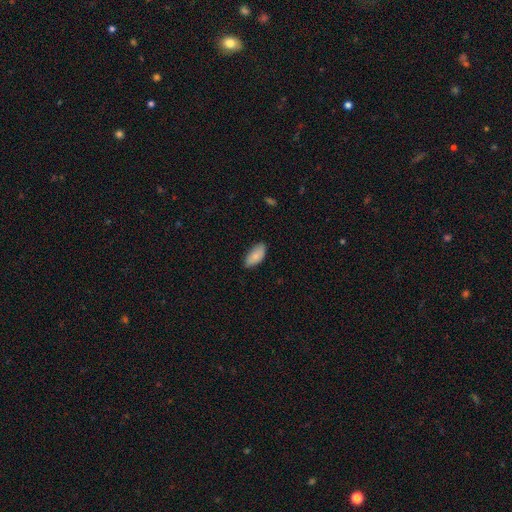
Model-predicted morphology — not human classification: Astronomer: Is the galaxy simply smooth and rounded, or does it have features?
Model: smooth — 85%.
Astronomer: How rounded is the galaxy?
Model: in between — 93%.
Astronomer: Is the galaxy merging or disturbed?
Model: none — 78%.